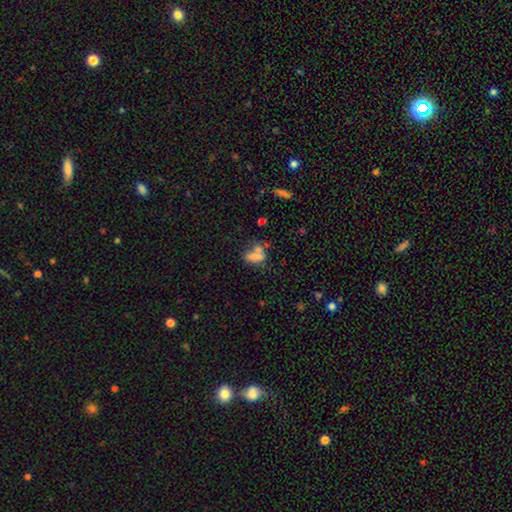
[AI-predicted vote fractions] smooth-or-featured: smooth: 69% | featured or disk: 17% | star or artifact: 14%
  how-rounded: in between: 65% | cigar-shaped: 24% | round: 11%
  merging: none: 40% | merger: 35% | minor disturbance: 16% | major disturbance: 10%